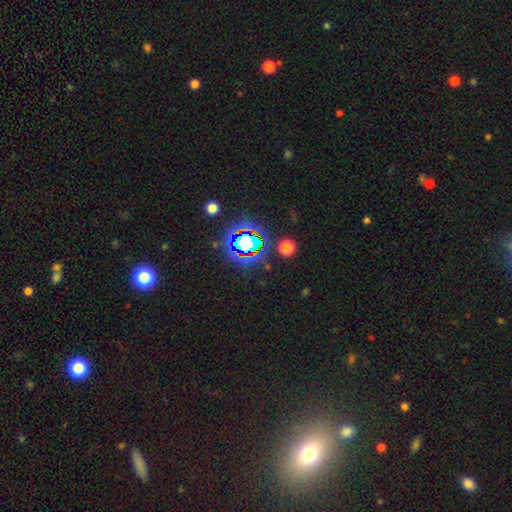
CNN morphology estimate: The model was most divided on "smooth or featured": star or artifact: 78%, smooth: 13%, featured or disk: 8%.